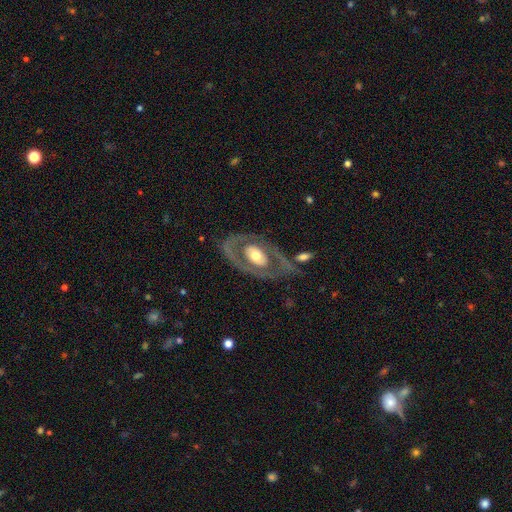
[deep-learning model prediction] Q: Smooth or featured?
A: featured or disk (69%); runner-up: smooth (27%)
Q: Edge-on disk?
A: no (92%); runner-up: yes (8%)
Q: Bar?
A: no (75%); runner-up: weak (17%)
Q: Spiral arms?
A: no (70%); runner-up: yes (30%)
Q: Bulge size?
A: moderate (61%); runner-up: large (24%)
Q: Merging?
A: none (69%); runner-up: minor disturbance (15%)